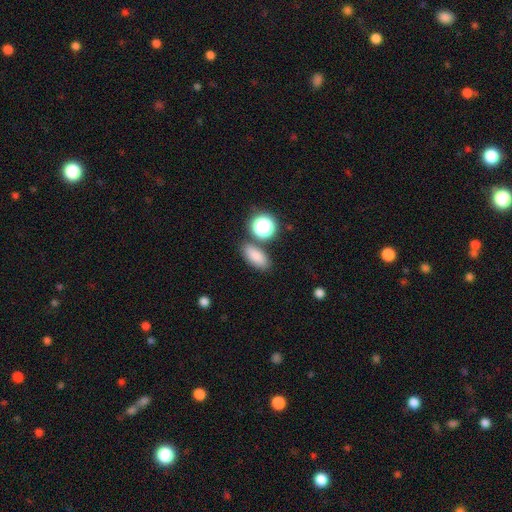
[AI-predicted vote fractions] Smooth or featured?
  - smooth: 80% *
  - star or artifact: 12%
  - featured or disk: 7%
How rounded?
  - in between: 79% *
  - round: 14%
  - cigar-shaped: 8%
Merging?
  - none: 77% *
  - minor disturbance: 11%
  - merger: 9%
  - major disturbance: 3%